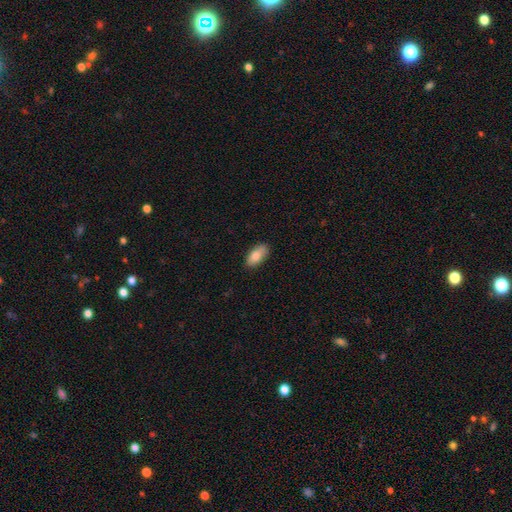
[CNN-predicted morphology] Smooth or featured: smooth — 83% (featured or disk — 11%)
How rounded: in between — 90% (cigar-shaped — 7%)
Merging: none — 86% (minor disturbance — 11%)